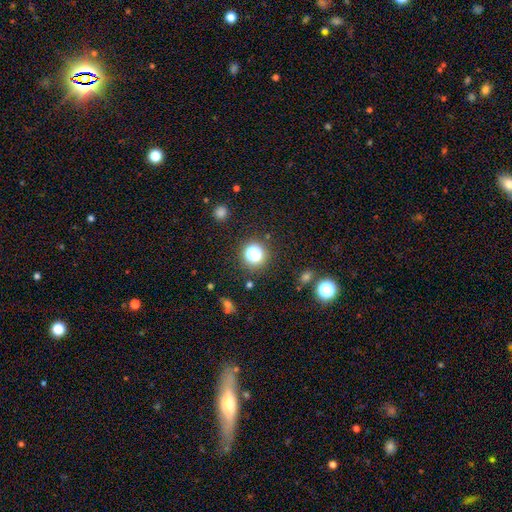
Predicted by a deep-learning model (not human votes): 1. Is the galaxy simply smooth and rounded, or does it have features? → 47% smooth, 45% star or artifact, 8% featured or disk.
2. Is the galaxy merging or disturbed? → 78% none, 10% minor disturbance, 7% merger, 6% major disturbance.